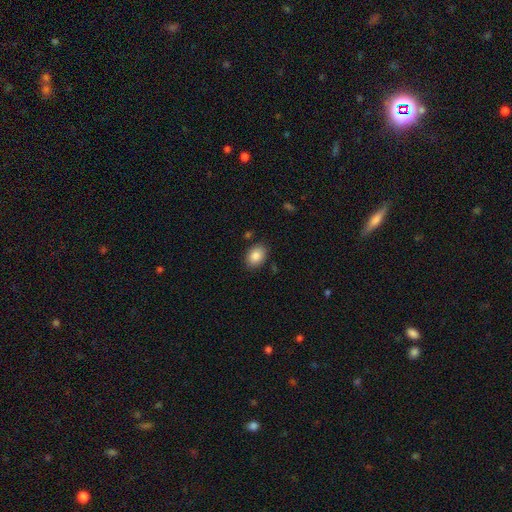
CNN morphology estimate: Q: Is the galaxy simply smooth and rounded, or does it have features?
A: smooth — 87%.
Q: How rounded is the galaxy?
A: in between — 77%.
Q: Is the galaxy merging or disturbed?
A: none — 85%.